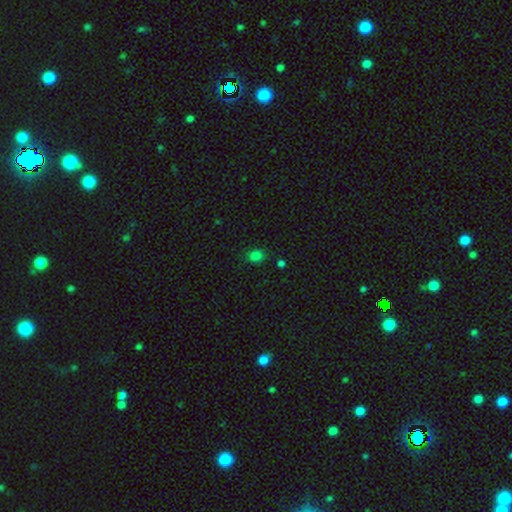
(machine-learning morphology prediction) This appears to be a smooth galaxy with no disk features (80%) that is round (55%). Merging: none (84%).